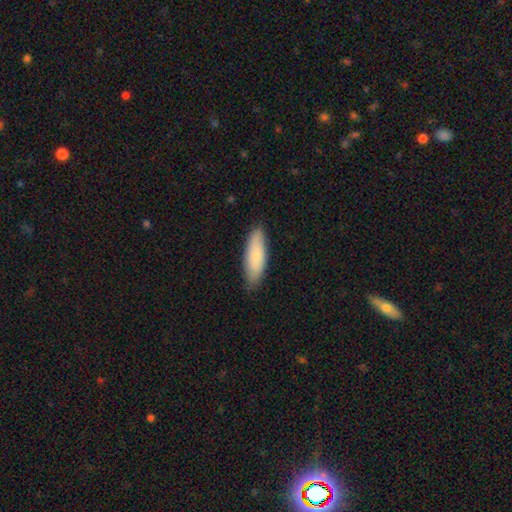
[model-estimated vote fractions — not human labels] smooth 80%, featured or disk 15%, star or artifact 6%. Down the decision tree: how rounded — in between (53%); merging — none (83%).